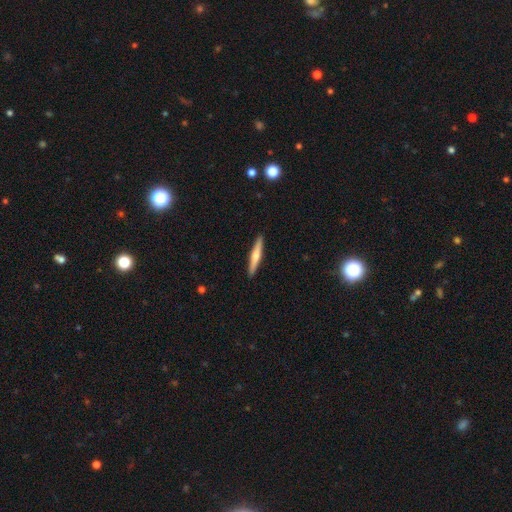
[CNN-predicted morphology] smooth_or_featured: smooth (p=0.52) [alt: featured or disk p=0.43]
how_rounded: cigar-shaped (p=0.93) [alt: in between p=0.06]
merging: none (p=0.92) [alt: minor disturbance p=0.06]